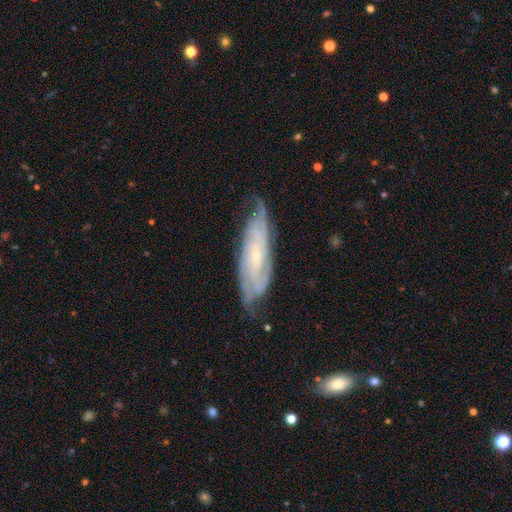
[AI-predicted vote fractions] Morphology: type=featured or disk (84%); edge-on=no (86%); bar=no (61%); spiral arms=yes (96%); winding=tight (70%); arm count=can't tell (35%); bulge=small (80%); merging=none (71%).